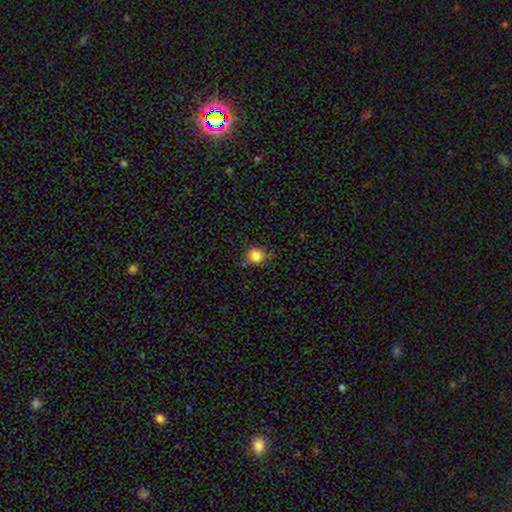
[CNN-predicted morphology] type=smooth (83%); roundness=round (86%); merging=none (76%).